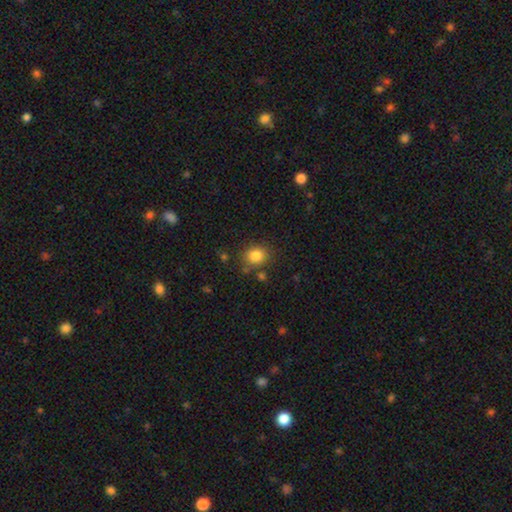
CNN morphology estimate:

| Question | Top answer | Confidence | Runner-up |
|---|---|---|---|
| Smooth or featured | smooth | 83% | star or artifact (11%) |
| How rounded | round | 73% | in between (26%) |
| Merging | none | 79% | minor disturbance (12%) |